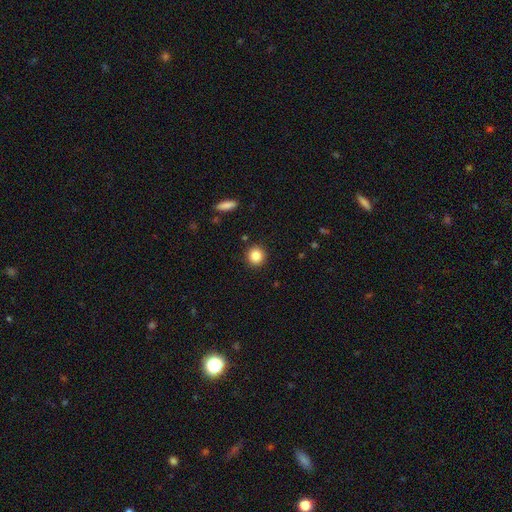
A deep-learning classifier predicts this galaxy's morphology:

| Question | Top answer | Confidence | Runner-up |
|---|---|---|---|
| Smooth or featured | smooth | 85% | star or artifact (10%) |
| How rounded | round | 91% | in between (8%) |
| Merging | none | 90% | minor disturbance (6%) |